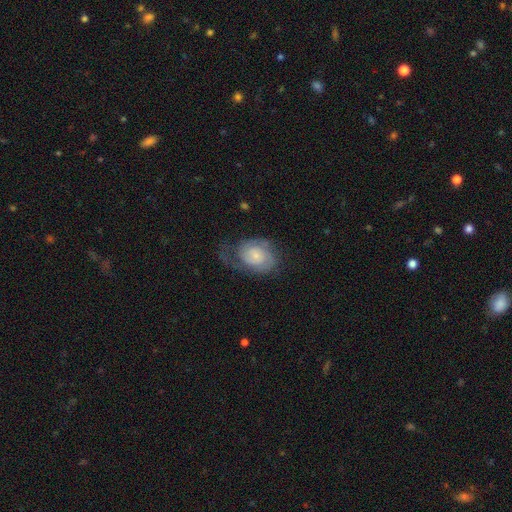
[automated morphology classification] A featured or disk galaxy (69%) with no bar (71%), 2 (54%) tight (48%) spiral arms (89%) and a small central bulge (67%). Merging: none (47%).